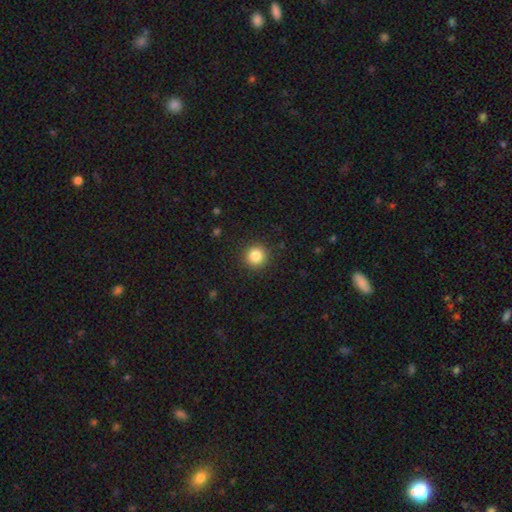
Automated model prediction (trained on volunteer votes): Smooth or featured: smooth — 84% (star or artifact — 11%)
How rounded: round — 95% (in between — 4%)
Merging: none — 91% (minor disturbance — 6%)